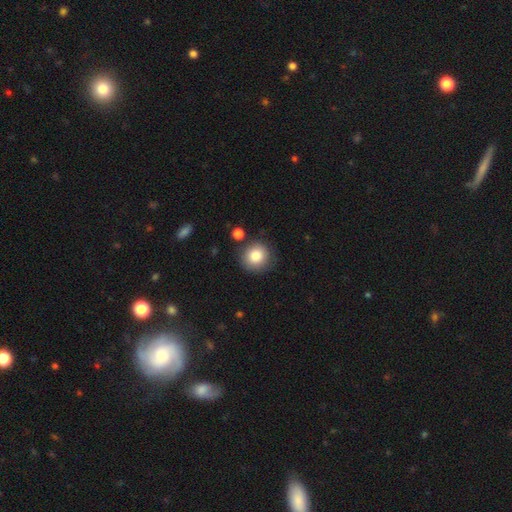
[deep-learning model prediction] Smooth or featured: smooth — 84% (star or artifact — 9%)
How rounded: round — 92% (in between — 7%)
Merging: none — 82% (minor disturbance — 10%)